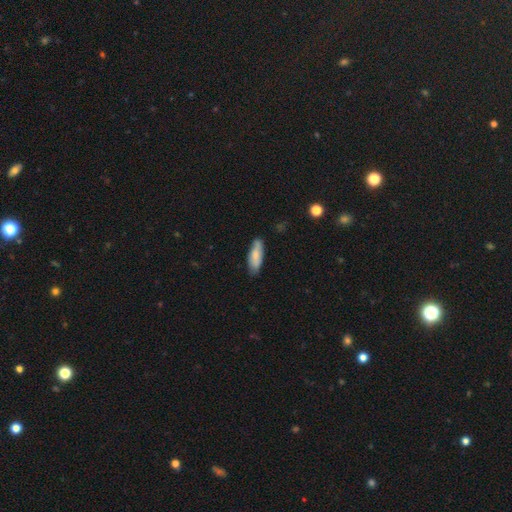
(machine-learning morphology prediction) This is likely a smooth galaxy (77%). How rounded: possibly in between (58%). Merging: likely none (77%).